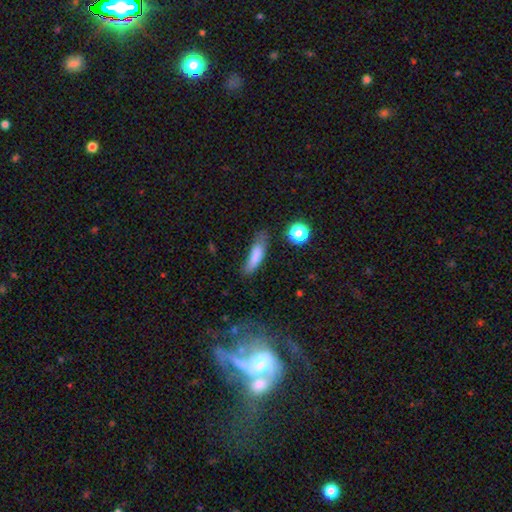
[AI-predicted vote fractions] Morphology: type=smooth (78%); roundness=cigar-shaped (59%); merging=none (52%).